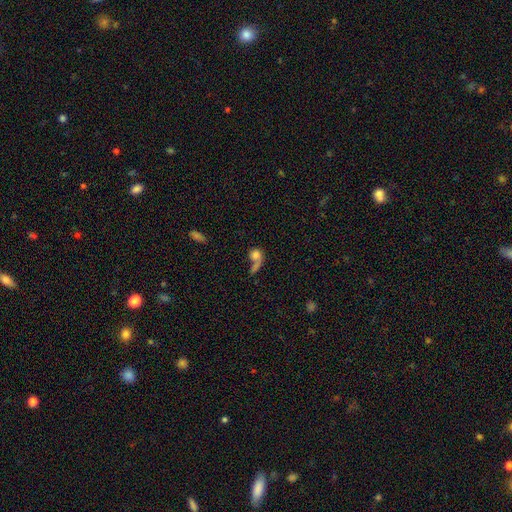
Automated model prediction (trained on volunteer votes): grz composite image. It shows a smooth galaxy with no disk features (73%) that is round (64%). Merging: merger (45%).